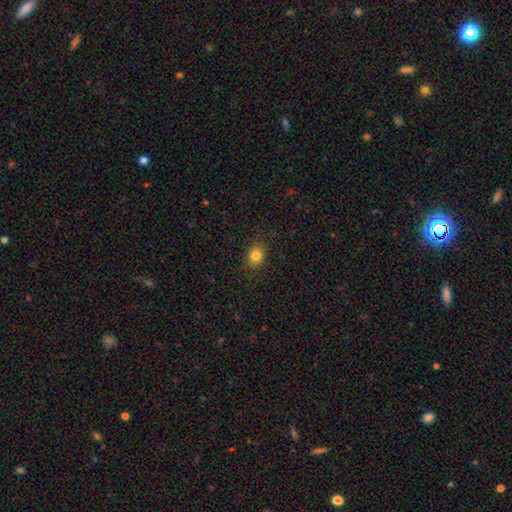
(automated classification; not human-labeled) Smooth or featured? smooth (82%)
How rounded? round (52%)
Merging? none (86%)